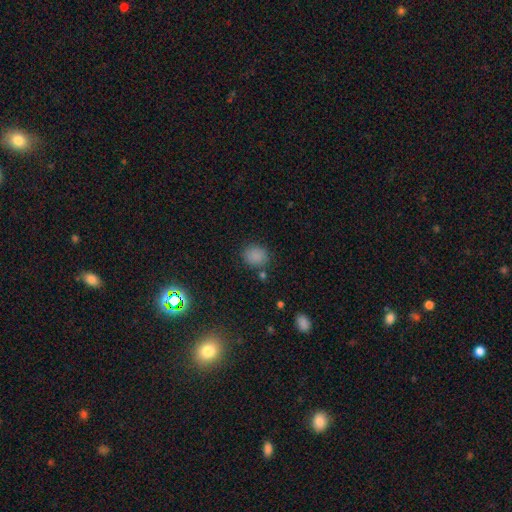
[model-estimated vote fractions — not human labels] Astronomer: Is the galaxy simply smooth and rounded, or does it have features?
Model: smooth — 85%.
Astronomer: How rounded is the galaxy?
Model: round — 71%.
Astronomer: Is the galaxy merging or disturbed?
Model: none — 81%.